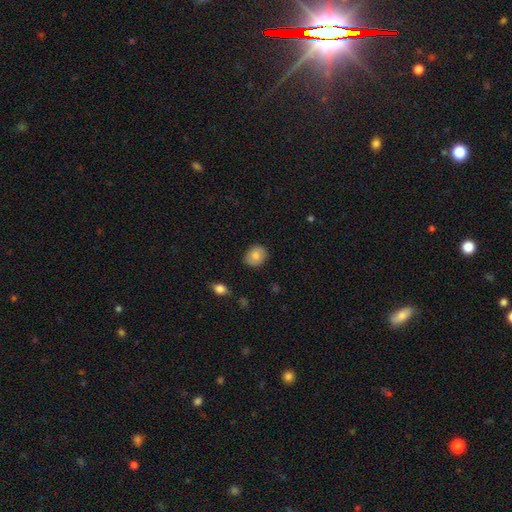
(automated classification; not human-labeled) The model was most divided on "how rounded": round: 57%, in between: 42%, cigar-shaped: 1%. More confident: merging — none (85%); smooth or featured — smooth (82%).